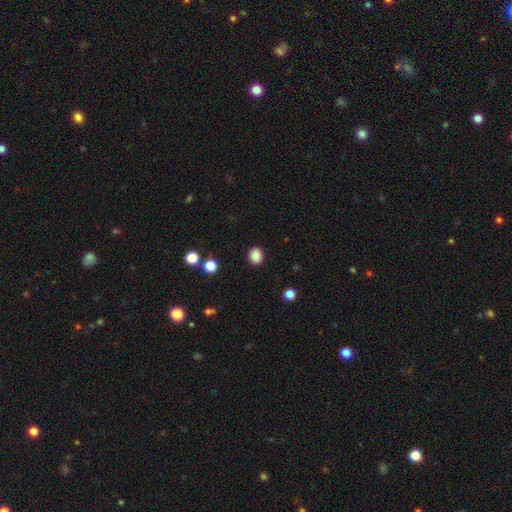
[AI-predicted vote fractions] Smooth or featured: smooth — 87% (star or artifact — 10%)
How rounded: round — 67% (in between — 32%)
Merging: none — 90% (minor disturbance — 6%)